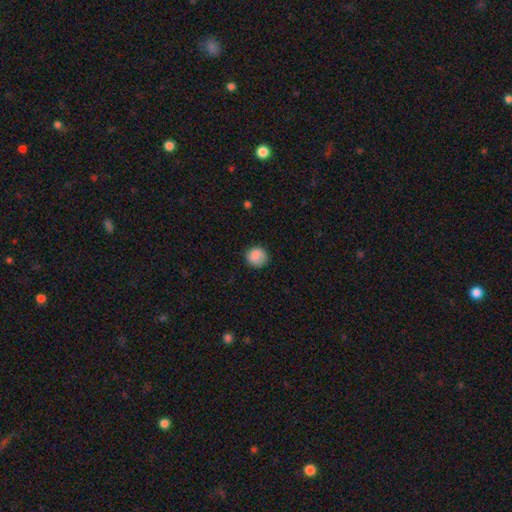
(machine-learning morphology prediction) This appears to be a smooth galaxy with no disk features (87%) that is round (90%). Merging: none (83%).